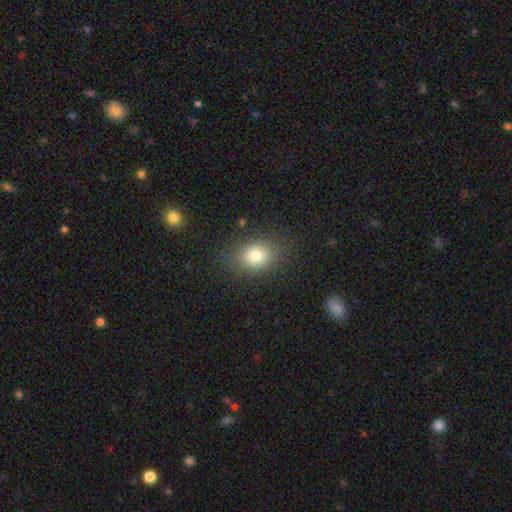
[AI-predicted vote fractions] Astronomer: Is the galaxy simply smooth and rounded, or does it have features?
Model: smooth — 80%.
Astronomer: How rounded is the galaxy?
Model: in between — 54% (runner-up: round, 45%).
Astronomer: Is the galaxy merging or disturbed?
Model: none — 84%.